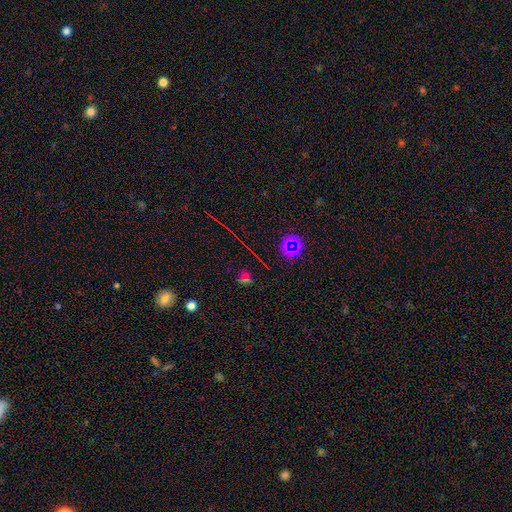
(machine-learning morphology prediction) The model was most divided on "smooth or featured": star or artifact: 67%, smooth: 23%, featured or disk: 10%.